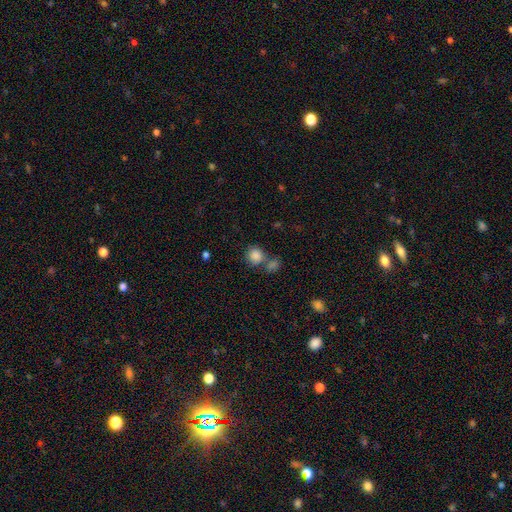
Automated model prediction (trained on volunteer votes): smooth-or-featured: smooth: 85% | star or artifact: 10% | featured or disk: 6%
  how-rounded: round: 84% | in between: 15% | cigar-shaped: 1%
  merging: none: 55% | merger: 31% | minor disturbance: 10% | major disturbance: 5%